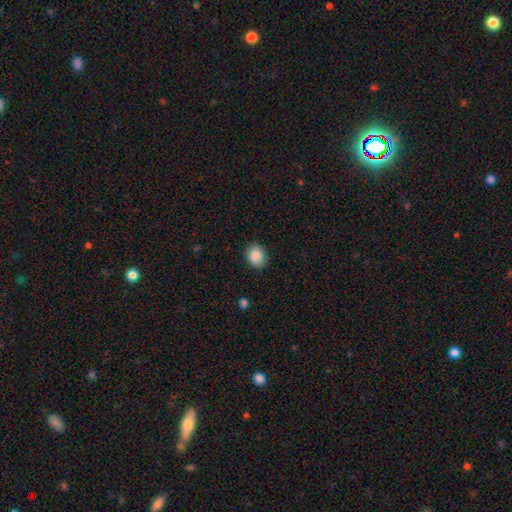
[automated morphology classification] A smooth galaxy with no disk features (88%) that is round (54%). Merging: none (84%).